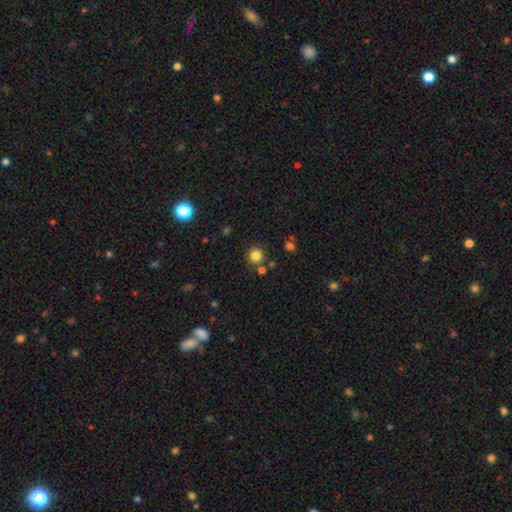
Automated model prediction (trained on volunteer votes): Q: Smooth or featured?
A: smooth (82%); runner-up: star or artifact (13%)
Q: How rounded?
A: round (94%); runner-up: in between (5%)
Q: Merging?
A: none (83%); runner-up: minor disturbance (7%)